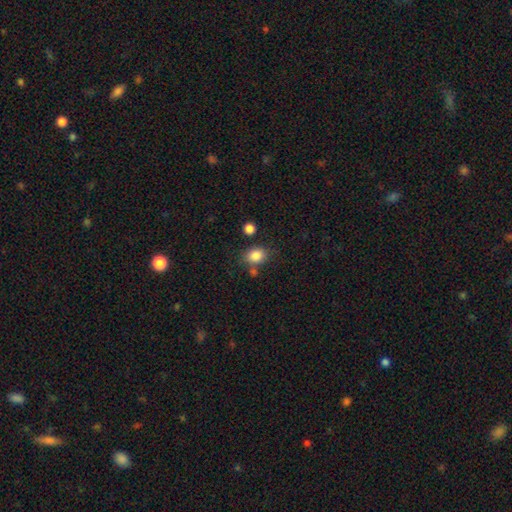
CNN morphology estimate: smooth 85%, star or artifact 10%, featured or disk 6%. Down the decision tree: how rounded — in between (51%); merging — none (69%).